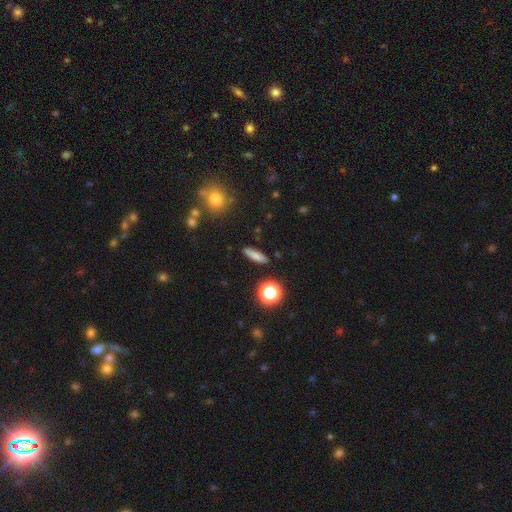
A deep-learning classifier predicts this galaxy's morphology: Smooth or featured? Predicted: smooth (p=0.78). How rounded? Predicted: cigar-shaped (p=0.65). Merging? Predicted: none (p=0.88).